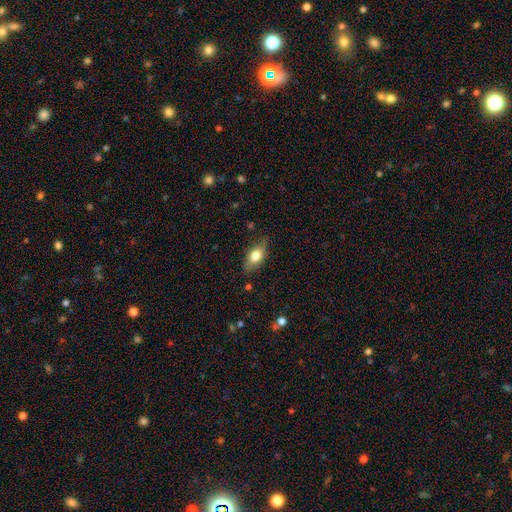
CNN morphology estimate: Smooth or featured? smooth (70%)
How rounded? in between (82%)
Merging? none (79%)